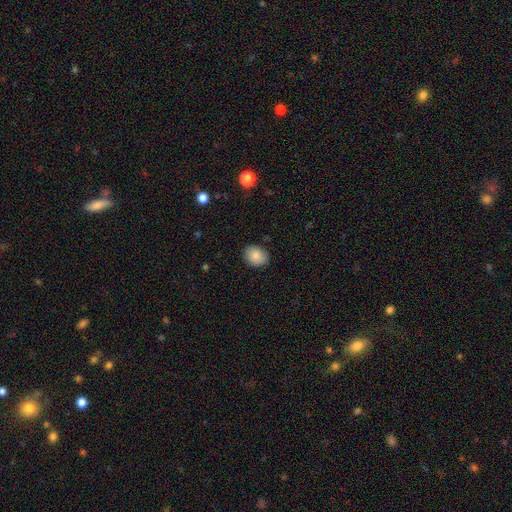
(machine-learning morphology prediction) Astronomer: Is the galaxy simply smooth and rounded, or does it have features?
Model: smooth — 87%.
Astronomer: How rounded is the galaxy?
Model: in between — 63%.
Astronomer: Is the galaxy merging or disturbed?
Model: none — 85%.